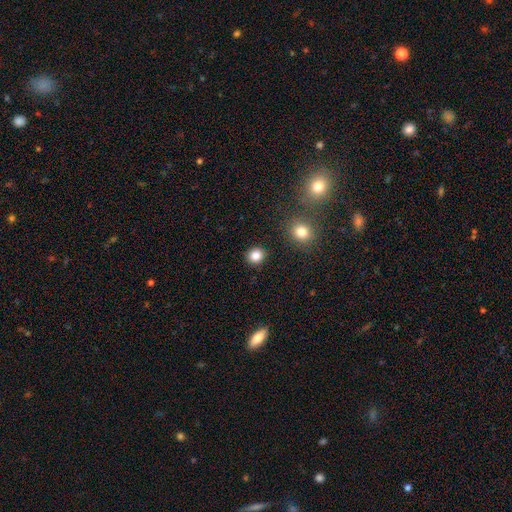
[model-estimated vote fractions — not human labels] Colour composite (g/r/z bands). It shows a smooth galaxy with no disk features (84%) that is round (83%). Merging: none (90%).